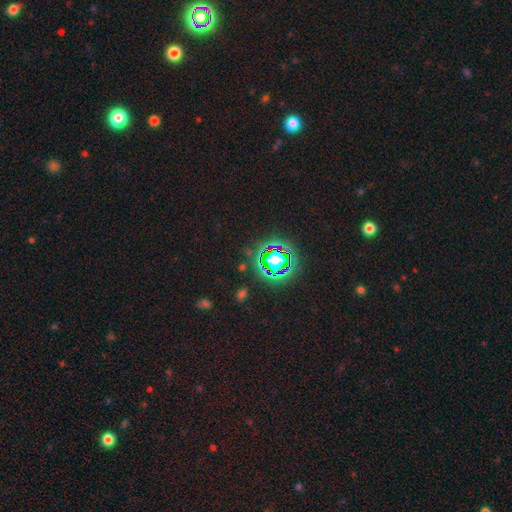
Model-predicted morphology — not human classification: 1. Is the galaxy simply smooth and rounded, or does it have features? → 79% star or artifact, 13% smooth, 8% featured or disk.